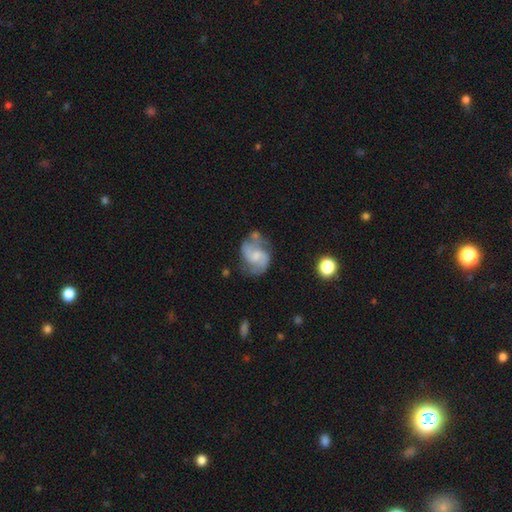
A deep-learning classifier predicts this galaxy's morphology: A featured or disk galaxy (77%) with no bar (46%, tied with weak), 2 (88%) medium (52%) spiral arms (93%) and a small central bulge (38%). Merging: none (58%).